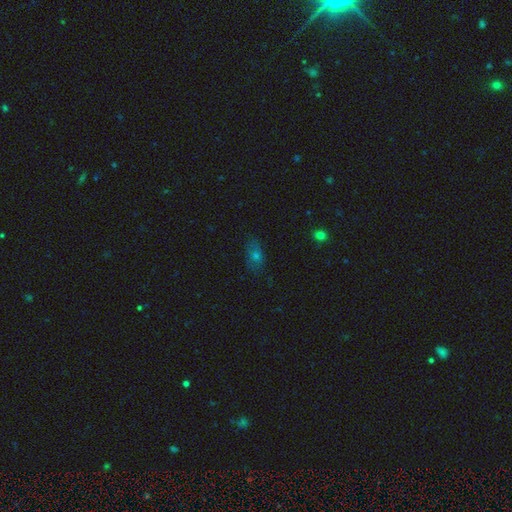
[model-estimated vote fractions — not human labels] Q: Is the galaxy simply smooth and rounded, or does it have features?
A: smooth — 53%.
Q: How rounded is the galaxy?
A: in between — 79%.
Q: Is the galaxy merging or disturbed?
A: none — 79%.